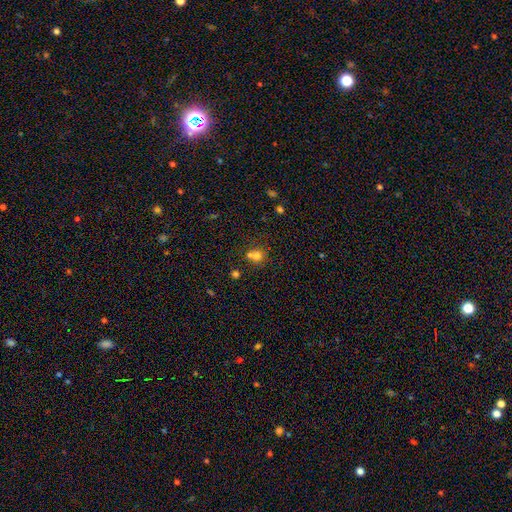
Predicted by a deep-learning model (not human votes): A smooth galaxy with no disk features (71%) that is round (75%).

Vote fractions:
- Smooth or featured? smooth: 71% / star or artifact: 16% / featured or disk: 13%
- How rounded? round: 75% / in between: 24% / cigar-shaped: 1%
- Merging? merger: 47% / none: 38% / minor disturbance: 10% / major disturbance: 5%